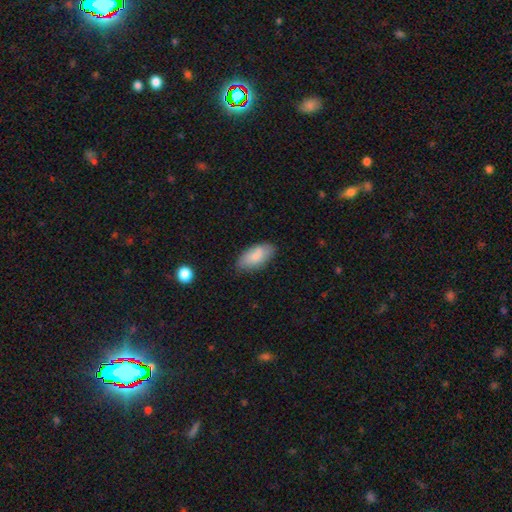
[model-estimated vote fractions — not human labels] This appears to be a smooth galaxy with no disk features (80%) that is in between round and cigar-shaped (92%). Merging: none (74%).